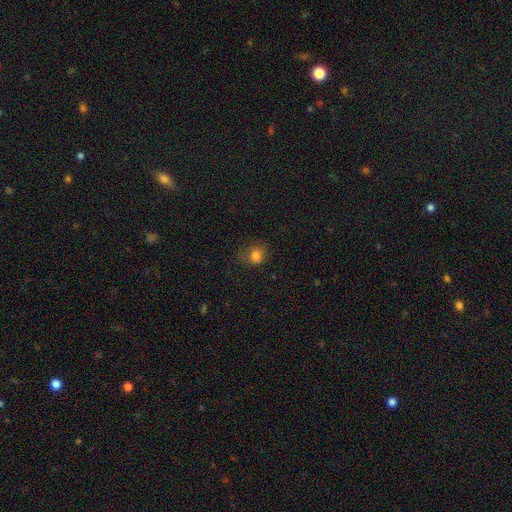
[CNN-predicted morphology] This is likely a smooth galaxy (79%). How rounded: likely round (65%). Merging: likely none (63%).